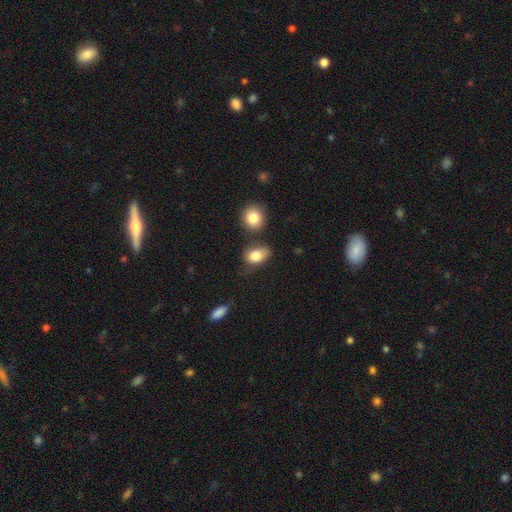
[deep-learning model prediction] Smooth or featured: smooth — 83% (featured or disk — 9%)
How rounded: in between — 80% (round — 19%)
Merging: none — 50% (minor disturbance — 26%)